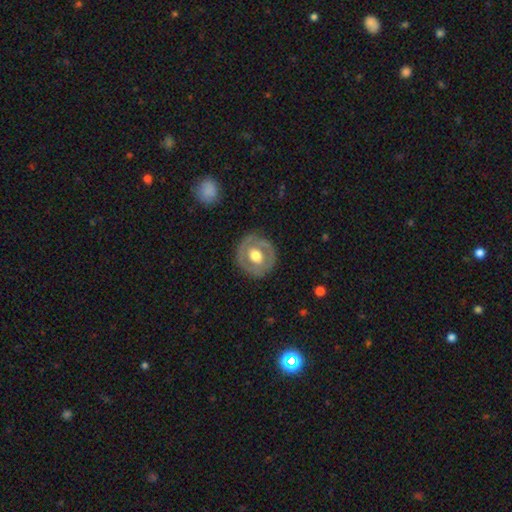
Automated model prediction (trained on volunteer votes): Smooth or featured?
  - featured or disk: 56% *
  - smooth: 39%
  - star or artifact: 5%
Edge-on disk?
  - no: 95% *
  - yes: 5%
Bar?
  - no: 74% *
  - weak: 19%
  - strong: 6%
Spiral arms?
  - no: 80% *
  - yes: 20%
Bulge size?
  - moderate: 55% *
  - large: 38%
  - small: 4%
  - dominant: 2%
  - none: 1%
Merging?
  - none: 81% *
  - minor disturbance: 13%
  - major disturbance: 5%
  - merger: 1%